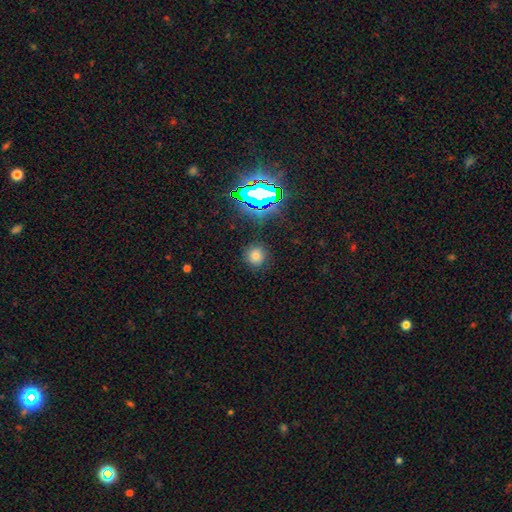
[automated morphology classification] Smooth or featured? smooth (71%)
How rounded? round (92%)
Merging? none (88%)